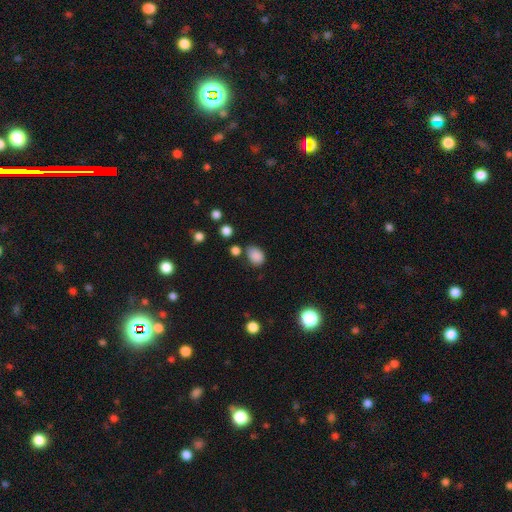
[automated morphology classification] Smooth or featured? Predicted: smooth (p=0.85). How rounded? Predicted: in between (p=0.73). Merging? Predicted: none (p=0.68).